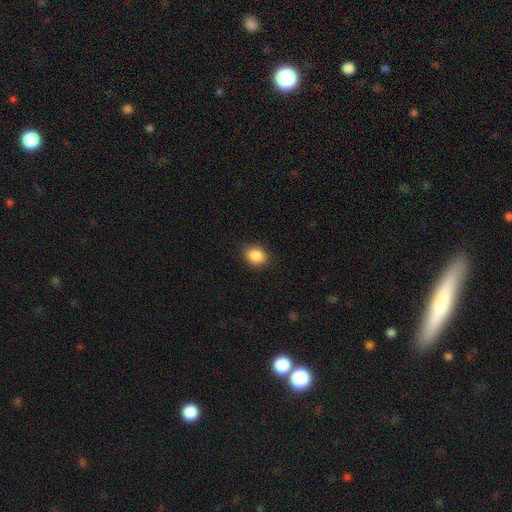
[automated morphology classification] smooth-or-featured: smooth: 88% | star or artifact: 8% | featured or disk: 4%
  how-rounded: in between: 60% | round: 39% | cigar-shaped: 1%
  merging: none: 86% | minor disturbance: 11% | major disturbance: 2% | merger: 1%